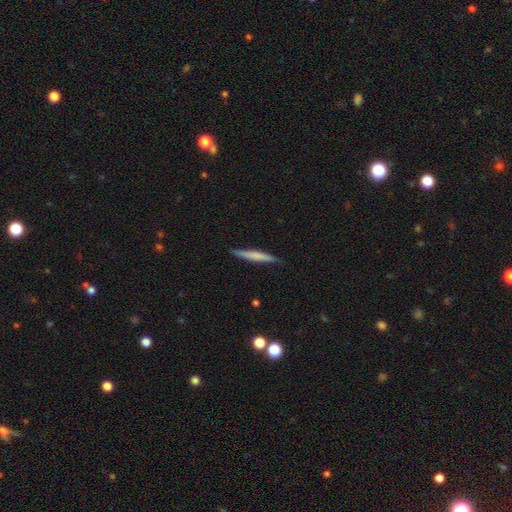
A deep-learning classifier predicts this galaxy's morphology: smooth-or-featured: smooth: 56% | featured or disk: 38% | star or artifact: 6%
  how-rounded: cigar-shaped: 95% | in between: 4% | round: 1%
  merging: none: 88% | minor disturbance: 9% | major disturbance: 2% | merger: 1%